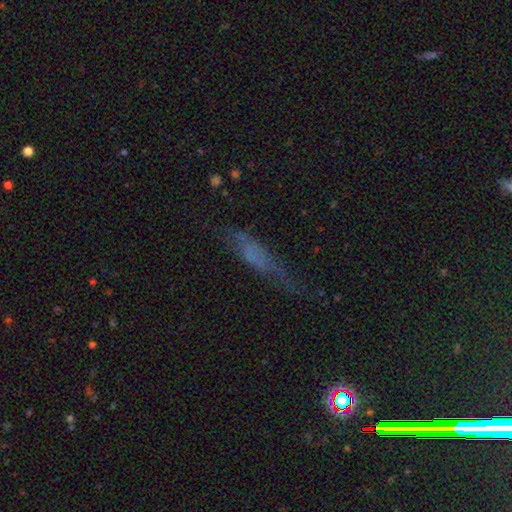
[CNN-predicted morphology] Smooth or featured? Predicted: smooth (p=0.45). Merging? Predicted: none (p=0.47).